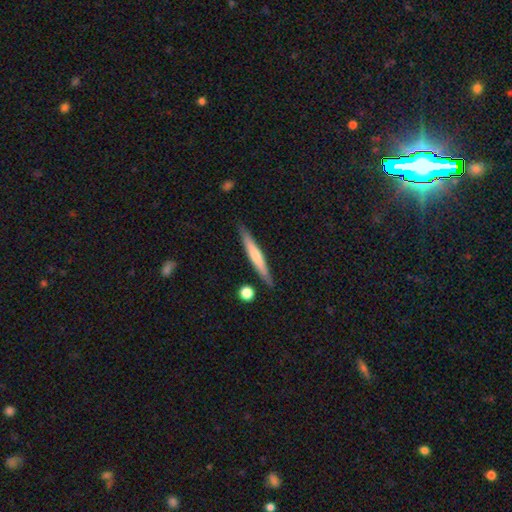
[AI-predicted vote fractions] Smooth or featured? Predicted: smooth (p=0.54). How rounded? Predicted: cigar-shaped (p=0.95). Merging? Predicted: none (p=0.86).